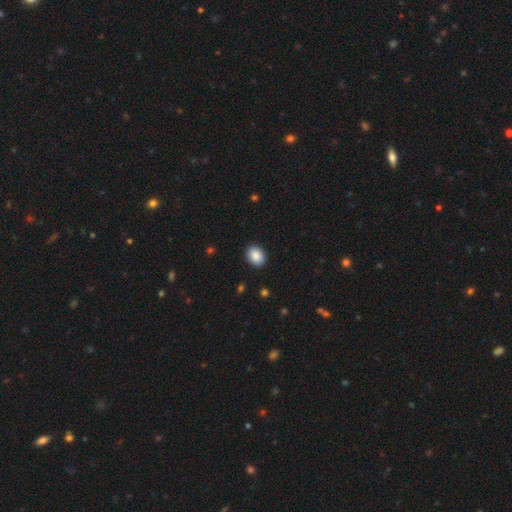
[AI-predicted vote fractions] Overall: smooth (89%). How rounded: in between (60%; round 39%). Merging: none (90%).